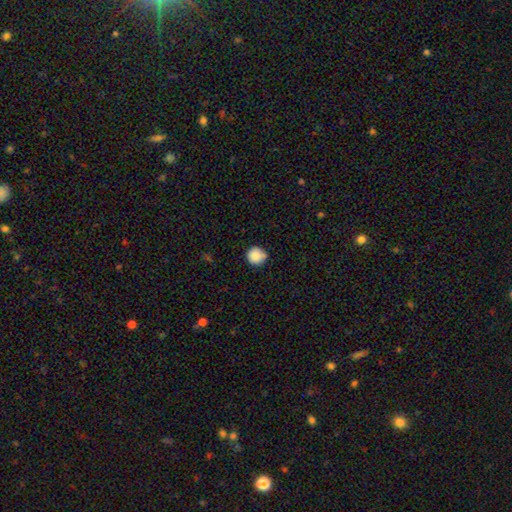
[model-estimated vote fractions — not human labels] Smooth or featured? smooth (88%)
How rounded? round (94%)
Merging? none (82%)